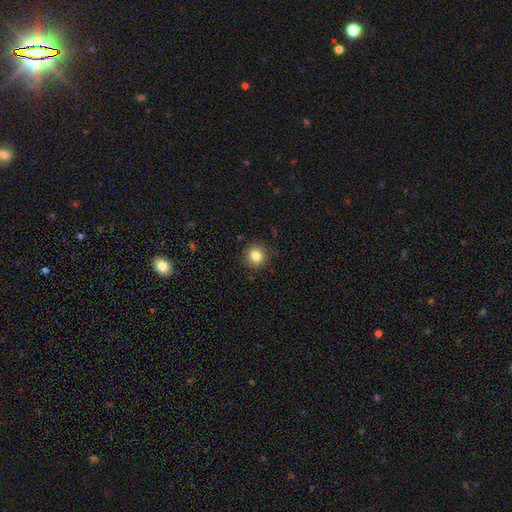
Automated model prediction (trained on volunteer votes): smooth 84%, star or artifact 10%, featured or disk 6%. Down the decision tree: how rounded — round (93%); merging — none (89%).